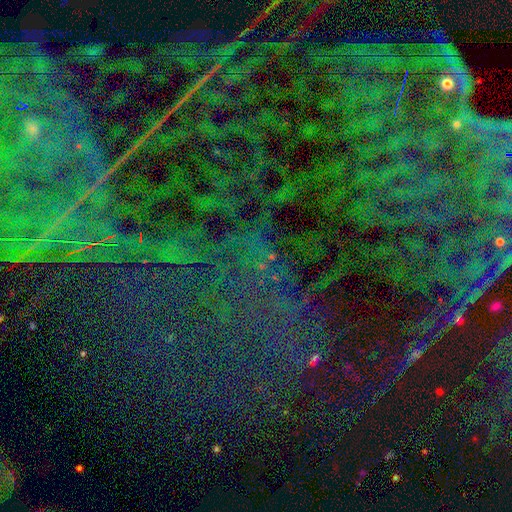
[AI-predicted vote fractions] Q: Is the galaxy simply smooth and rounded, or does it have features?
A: star or artifact — 83%.